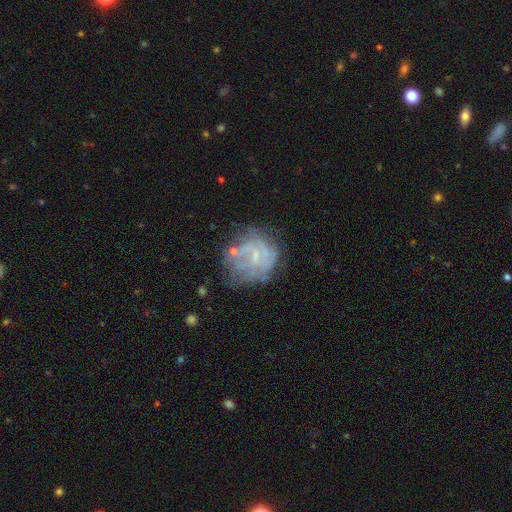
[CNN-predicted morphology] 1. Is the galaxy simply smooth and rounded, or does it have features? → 68% featured or disk, 22% smooth, 11% star or artifact.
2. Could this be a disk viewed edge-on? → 98% no, 2% yes.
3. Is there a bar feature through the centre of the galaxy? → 51% no, 40% weak, 9% strong.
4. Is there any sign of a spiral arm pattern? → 59% yes, 41% no.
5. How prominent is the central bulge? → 49% small, 34% none, 15% moderate, 1% large, 1% dominant.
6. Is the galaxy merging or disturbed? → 48% none, 23% minor disturbance, 21% major disturbance, 8% merger.